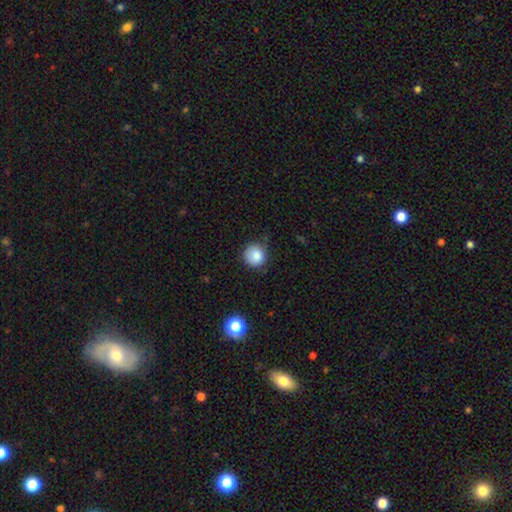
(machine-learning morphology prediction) This appears to be a smooth galaxy with no disk features (85%) that is round (92%). Merging: none (72%).